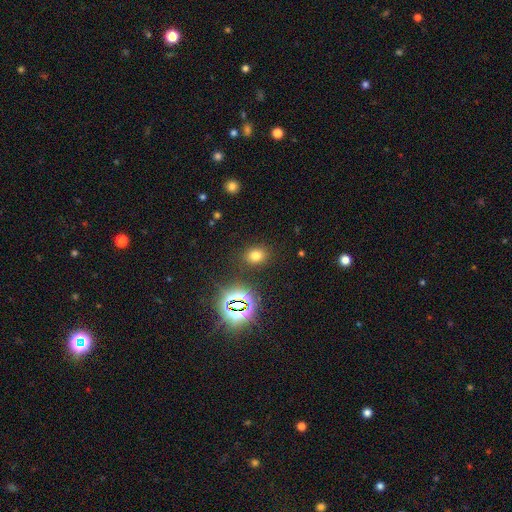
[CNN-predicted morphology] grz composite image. It shows a smooth galaxy with no disk features (69%) that is round (53%). Merging: none (86%).